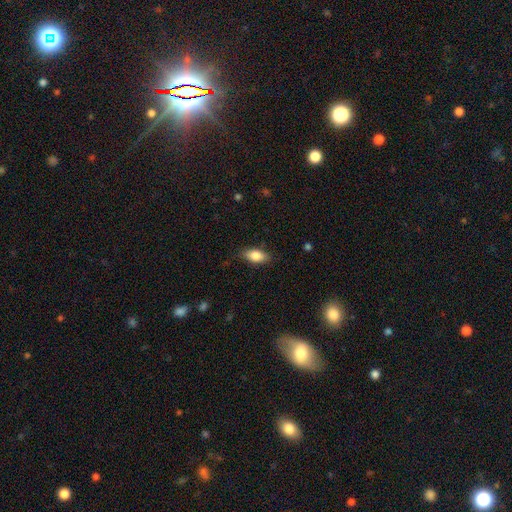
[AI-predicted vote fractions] A smooth galaxy with no disk features (83%) that is in between round and cigar-shaped (89%).

Vote fractions:
- Smooth or featured? smooth: 83% / featured or disk: 10% / star or artifact: 7%
- How rounded? in between: 89% / cigar-shaped: 7% / round: 4%
- Merging? none: 84% / minor disturbance: 12% / major disturbance: 3% / merger: 1%